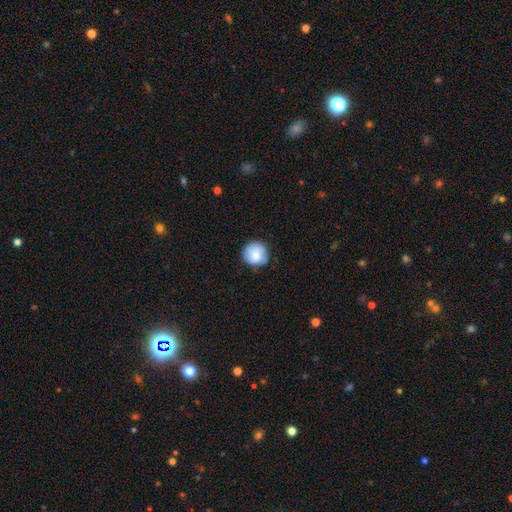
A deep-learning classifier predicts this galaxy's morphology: Smooth or featured: smooth — 82% (featured or disk — 10%)
How rounded: round — 93% (in between — 7%)
Merging: none — 82% (minor disturbance — 14%)